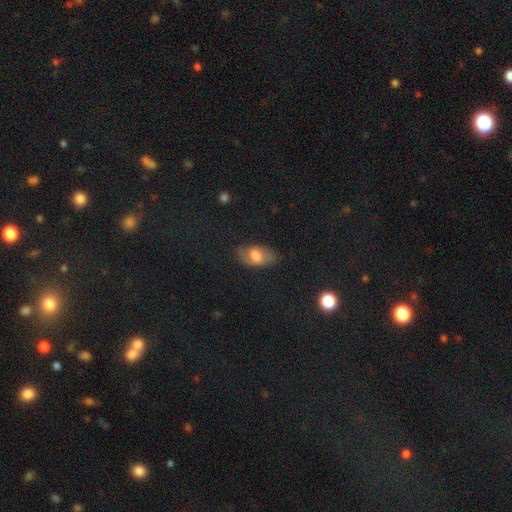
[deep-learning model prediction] A smooth galaxy with no disk features (55%) that is in between round and cigar-shaped (90%). Merging: none (67%).